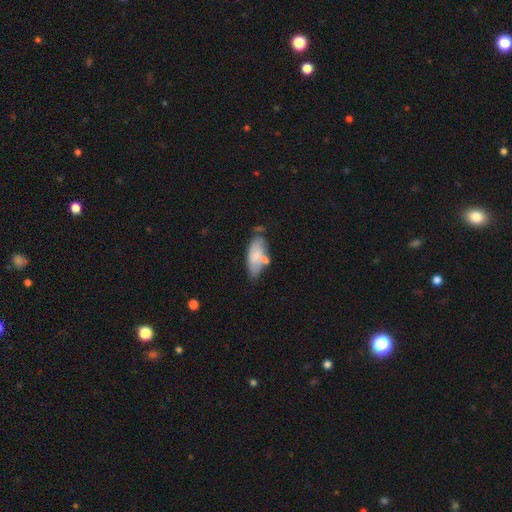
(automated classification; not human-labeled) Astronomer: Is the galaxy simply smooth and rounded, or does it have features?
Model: smooth — 70%.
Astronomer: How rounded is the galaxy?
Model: in between — 83%.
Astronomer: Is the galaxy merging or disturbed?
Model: none — 44% (runner-up: minor disturbance, 25%).